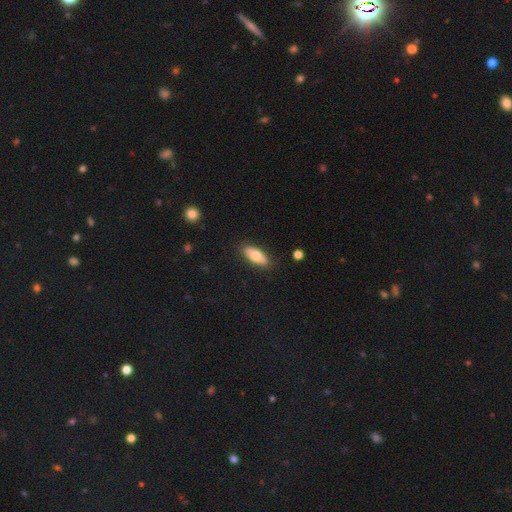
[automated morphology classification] Smooth or featured?
  - smooth: 68% *
  - featured or disk: 26%
  - star or artifact: 6%
How rounded?
  - in between: 82% *
  - cigar-shaped: 16%
  - round: 3%
Merging?
  - none: 85% *
  - minor disturbance: 11%
  - major disturbance: 2%
  - merger: 1%